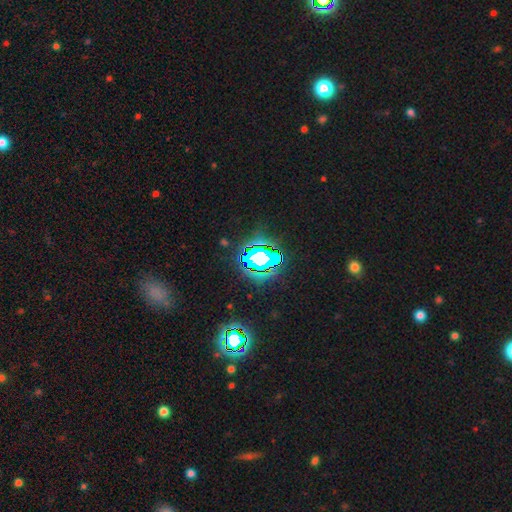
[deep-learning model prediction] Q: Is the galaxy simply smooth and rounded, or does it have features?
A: star or artifact — 81%.